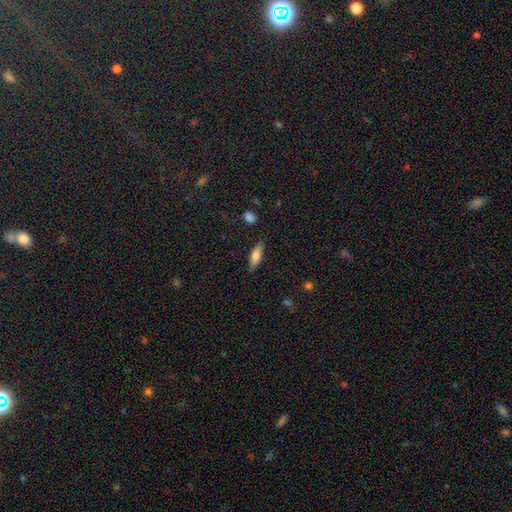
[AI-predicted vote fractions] This appears to be a smooth galaxy with no disk features (69%) that is cigar-shaped (49%). Merging: none (86%).